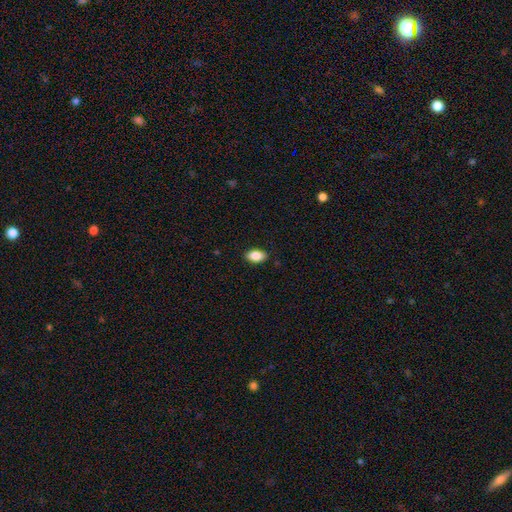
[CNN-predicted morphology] A smooth galaxy with no disk features (86%) that is in between round and cigar-shaped (90%).

Vote fractions:
- Smooth or featured? smooth: 86% / star or artifact: 8% / featured or disk: 6%
- How rounded? in between: 90% / round: 7% / cigar-shaped: 2%
- Merging? none: 88% / minor disturbance: 9% / major disturbance: 2% / merger: 1%